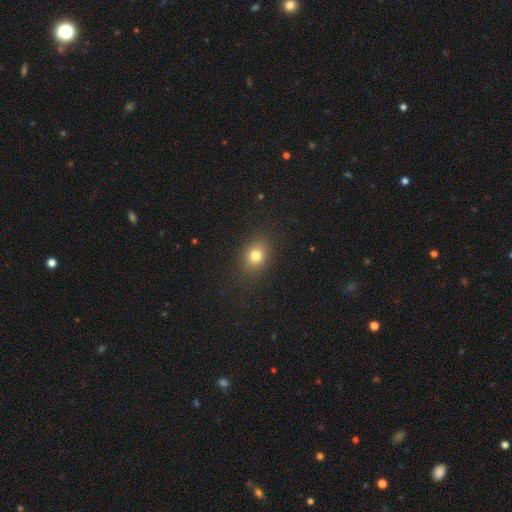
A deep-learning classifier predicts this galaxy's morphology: smooth-or-featured: smooth: 79% | star or artifact: 13% | featured or disk: 8%
  how-rounded: in between: 51% | round: 47% | cigar-shaped: 1%
  merging: none: 85% | minor disturbance: 10% | major disturbance: 4% | merger: 1%